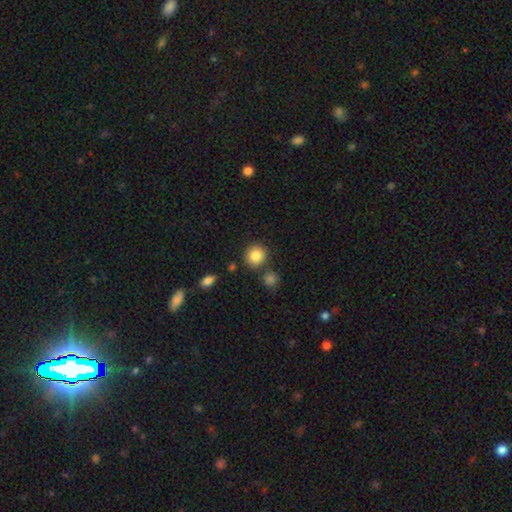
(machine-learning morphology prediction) type=smooth (86%); roundness=round (88%); merging=none (78%).